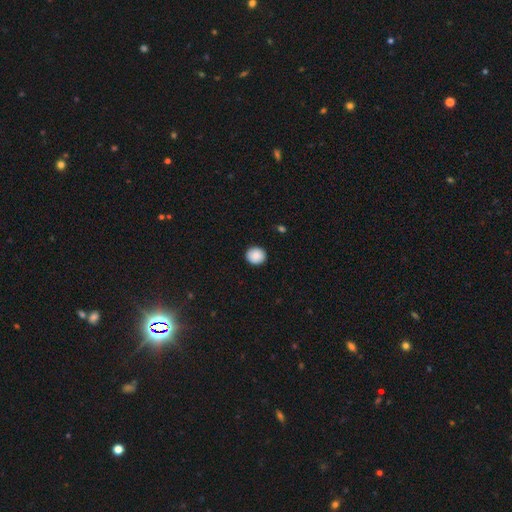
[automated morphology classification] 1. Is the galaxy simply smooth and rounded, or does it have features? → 89% smooth, 8% star or artifact, 4% featured or disk.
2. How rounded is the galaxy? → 86% round, 13% in between, 1% cigar-shaped.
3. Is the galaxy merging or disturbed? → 91% none, 6% minor disturbance, 2% major disturbance, 1% merger.